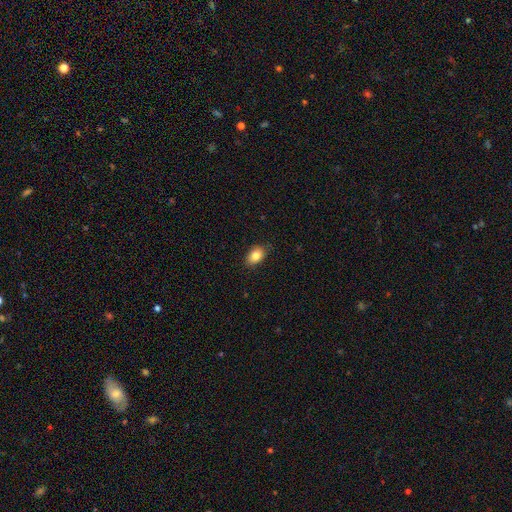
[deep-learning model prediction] A smooth galaxy with no disk features (84%) that is in between round and cigar-shaped (85%). Merging: none (85%).